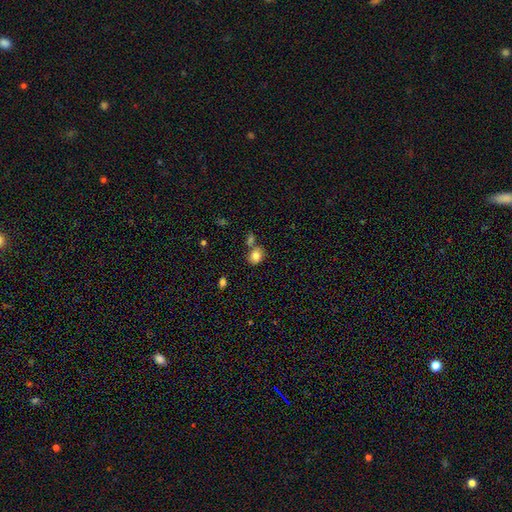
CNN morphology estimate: Overall: smooth (81%). How rounded: round (67%; in between 32%). Merging: none (59%; merger 24%).